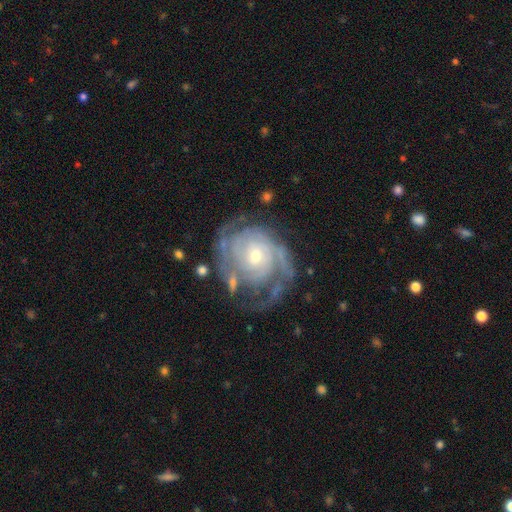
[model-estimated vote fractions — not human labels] smooth-or-featured: featured or disk: 90% | smooth: 5% | star or artifact: 5%
  disk-edge-on: no: 98% | yes: 2%
    bar: no: 68% | weak: 25% | strong: 7%
    has-spiral-arms: yes: 97% | no: 3%
      spiral-winding: tight: 70% | medium: 25% | loose: 5%
      spiral-arm-count: 2: 32% | 3: 23% | can't tell: 23% | 4: 10% | 1: 6% | more than 4: 6%
    bulge-size: small: 58% | moderate: 39% | large: 2% | none: 1% | dominant: 1%
  merging: none: 65% | minor disturbance: 19% | major disturbance: 13% | merger: 3%